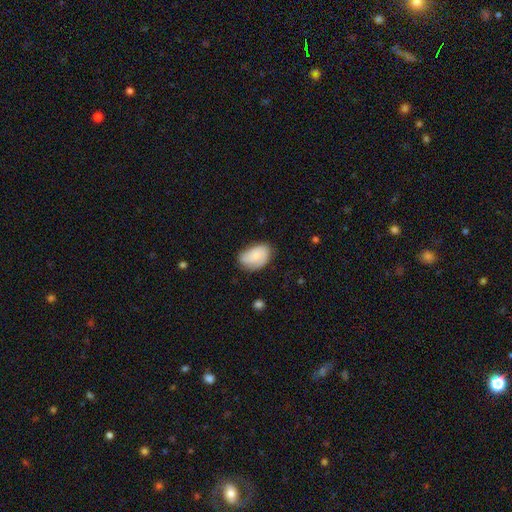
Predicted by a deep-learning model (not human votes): A smooth galaxy with no disk features (56%) that is in between round and cigar-shaped (86%).

Vote fractions:
- Smooth or featured? smooth: 56% / featured or disk: 37% / star or artifact: 7%
- How rounded? in between: 86% / round: 12% / cigar-shaped: 1%
- Merging? none: 63% / minor disturbance: 28% / major disturbance: 8% / merger: 2%